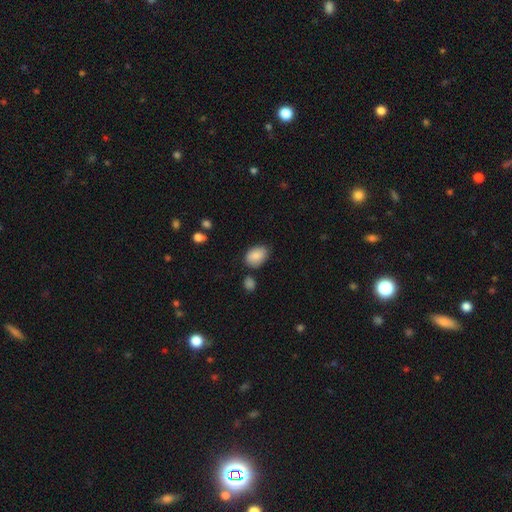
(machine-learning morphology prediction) This appears to be a smooth galaxy with no disk features (87%) that is in between round and cigar-shaped (85%). Merging: none (71%).